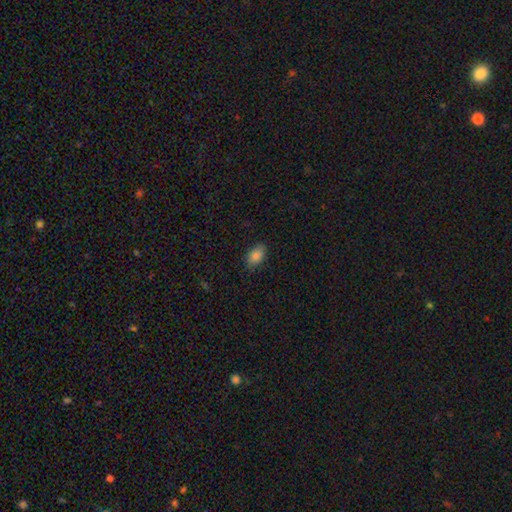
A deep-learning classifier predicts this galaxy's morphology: This is clearly a smooth galaxy (86%). How rounded: clearly in between (90%). Merging: clearly none (84%).